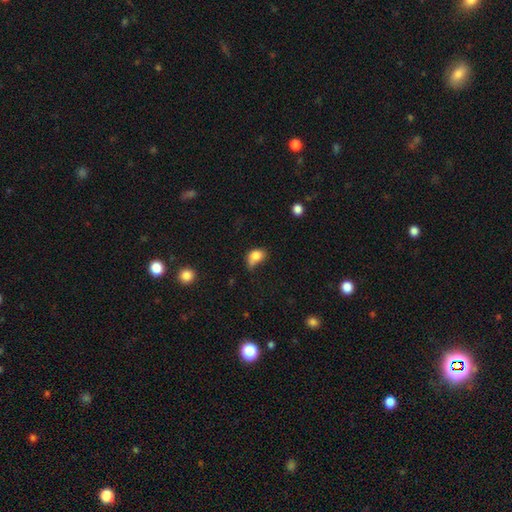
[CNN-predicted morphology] The model was most divided on "merging": minor disturbance: 38%, none: 31%, major disturbance: 20%, merger: 11%. More confident: smooth or featured — smooth (80%); how rounded — in between (69%).